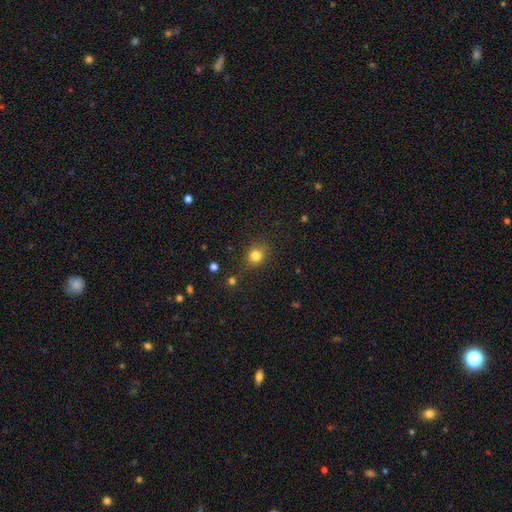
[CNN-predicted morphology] Q: Smooth or featured?
A: smooth (80%); runner-up: star or artifact (14%)
Q: How rounded?
A: round (79%); runner-up: in between (20%)
Q: Merging?
A: none (80%); runner-up: minor disturbance (13%)